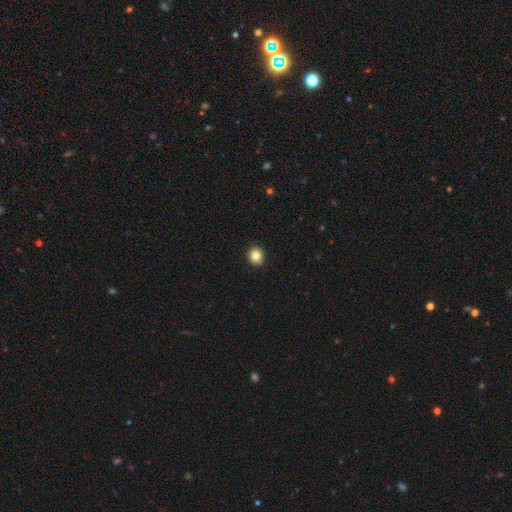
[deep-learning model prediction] Smooth or featured: smooth — 84% (star or artifact — 10%)
How rounded: round — 76% (in between — 23%)
Merging: none — 90% (minor disturbance — 7%)